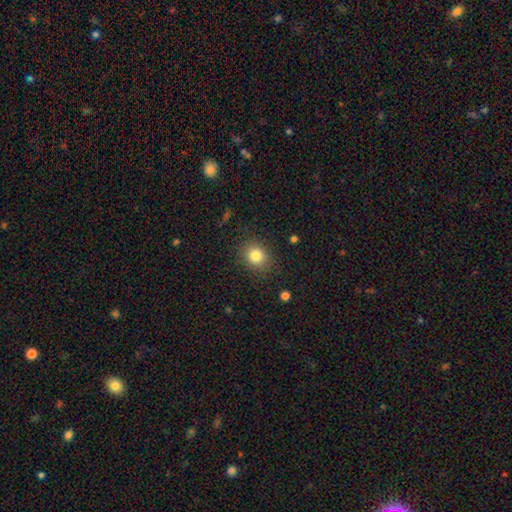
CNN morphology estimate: A smooth galaxy with no disk features (82%) that is round (74%).

Vote fractions:
- Smooth or featured? smooth: 82% / star or artifact: 11% / featured or disk: 7%
- How rounded? round: 74% / in between: 25% / cigar-shaped: 1%
- Merging? none: 87% / minor disturbance: 9% / major disturbance: 3% / merger: 1%